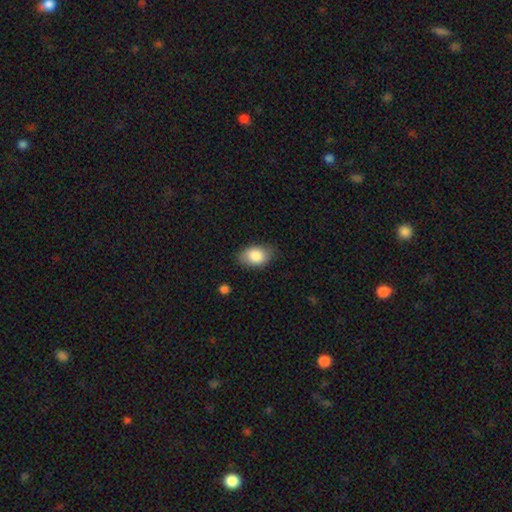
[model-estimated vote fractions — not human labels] Q: Smooth or featured?
A: smooth (85%); runner-up: featured or disk (8%)
Q: How rounded?
A: in between (86%); runner-up: round (12%)
Q: Merging?
A: none (78%); runner-up: minor disturbance (18%)